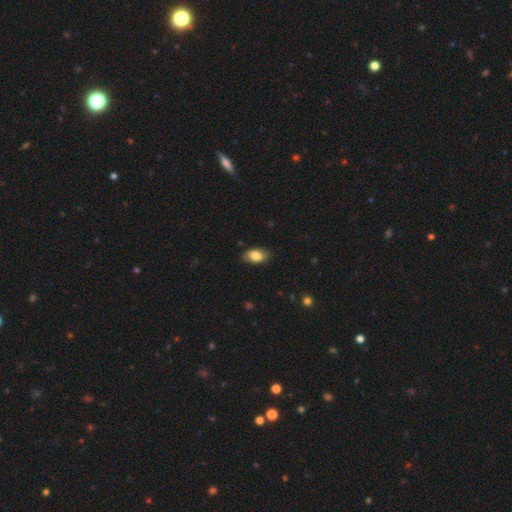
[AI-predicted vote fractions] A smooth galaxy with no disk features (82%) that is in between round and cigar-shaped (92%).

Vote fractions:
- Smooth or featured? smooth: 82% / featured or disk: 11% / star or artifact: 7%
- How rounded? in between: 92% / round: 6% / cigar-shaped: 2%
- Merging? none: 82% / minor disturbance: 15% / major disturbance: 3% / merger: 1%